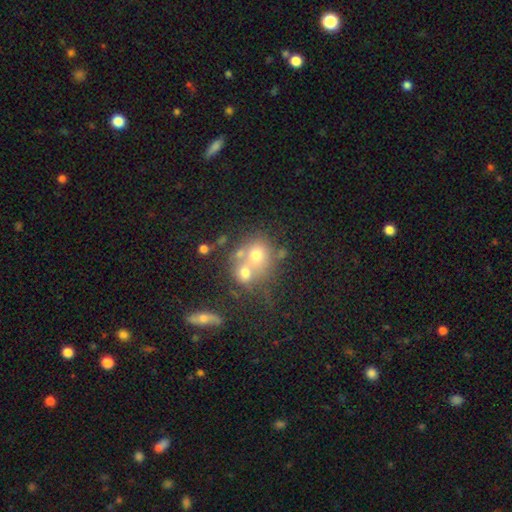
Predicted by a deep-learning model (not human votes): Morphology: type=smooth (58%); roundness=round (70%); merging=merger (53%).